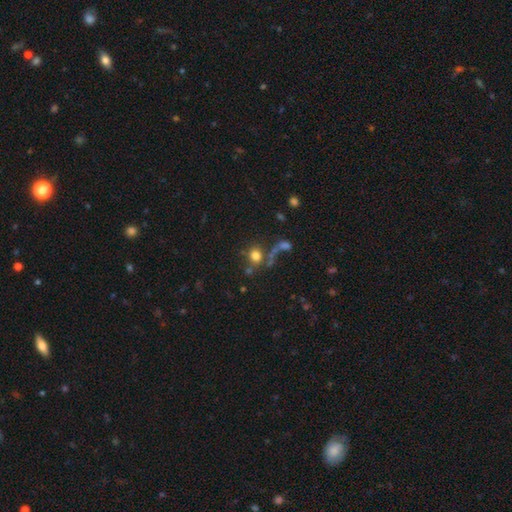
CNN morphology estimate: type=smooth (75%); roundness=round (77%); merging=none (61%).